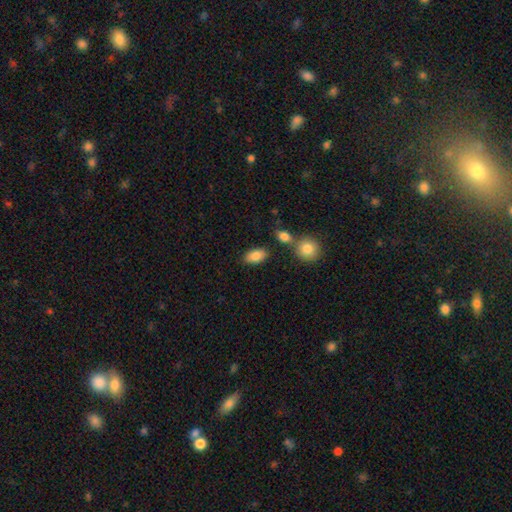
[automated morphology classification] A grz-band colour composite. It shows a smooth galaxy with no disk features (86%) that is in between round and cigar-shaped (91%). Merging: none (78%).